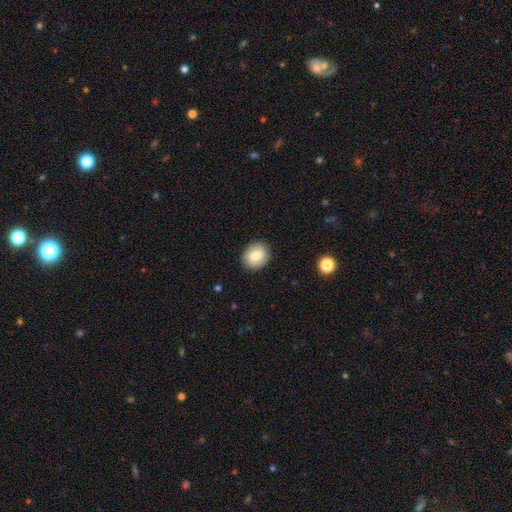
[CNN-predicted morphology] This is likely a smooth galaxy (78%). How rounded: likely round (67%). Merging: clearly none (89%).